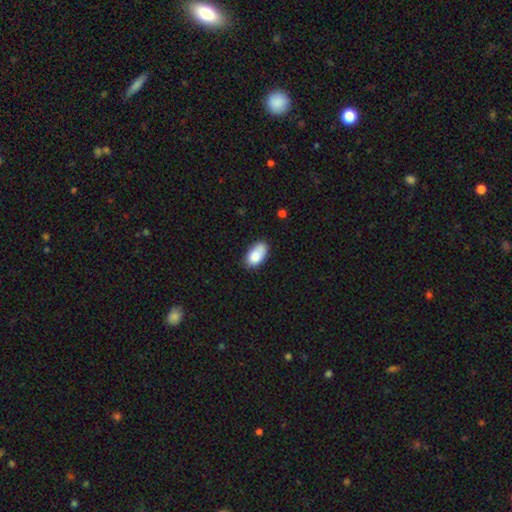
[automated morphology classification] Smooth or featured? smooth (82%)
How rounded? in between (93%)
Merging? none (61%)